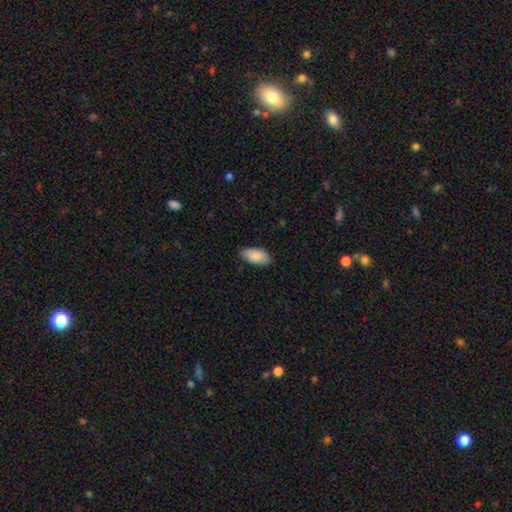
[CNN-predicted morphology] Smooth or featured: smooth — 89% (star or artifact — 6%)
How rounded: in between — 94% (cigar-shaped — 4%)
Merging: none — 80% (minor disturbance — 17%)